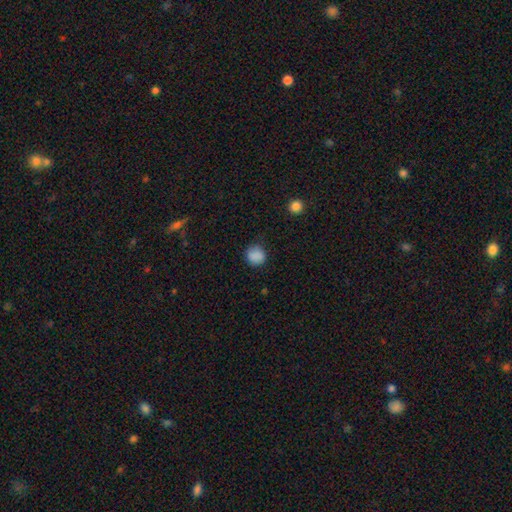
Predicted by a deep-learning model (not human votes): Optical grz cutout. It shows a smooth galaxy with no disk features (86%) that is round (86%). Merging: none (80%).